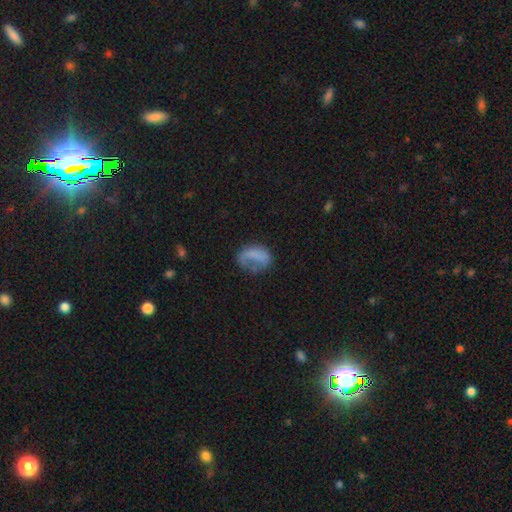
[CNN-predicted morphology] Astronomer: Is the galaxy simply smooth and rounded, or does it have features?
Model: smooth — 58%.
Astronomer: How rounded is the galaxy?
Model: in between — 69%.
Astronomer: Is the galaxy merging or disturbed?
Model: major disturbance — 37% (runner-up: none, 36%).